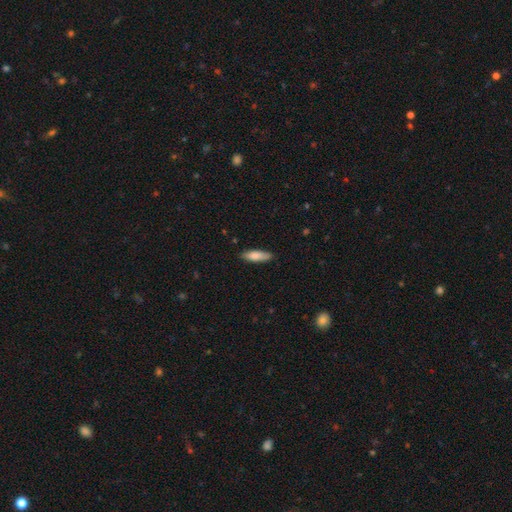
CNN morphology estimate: Q: Smooth or featured?
A: smooth (82%); runner-up: featured or disk (12%)
Q: How rounded?
A: cigar-shaped (51%); runner-up: in between (47%)
Q: Merging?
A: none (85%); runner-up: minor disturbance (12%)